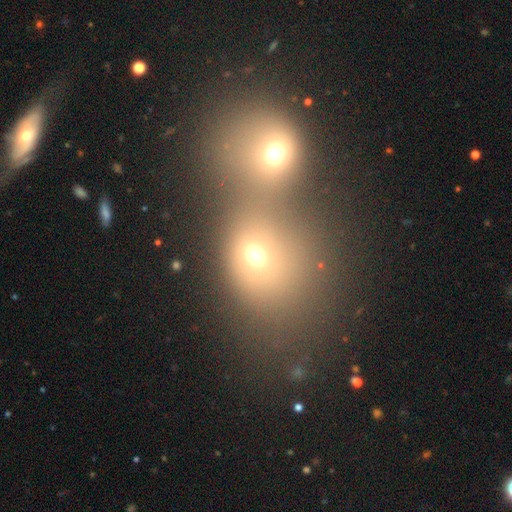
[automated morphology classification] This is likely a smooth galaxy (65%). How rounded: likely round (72%). Merging: likely merger (72%).